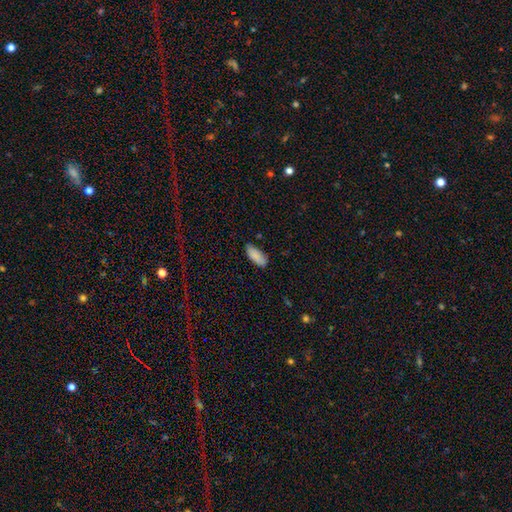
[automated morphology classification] Smooth or featured? smooth (89%)
How rounded? in between (82%)
Merging? none (80%)